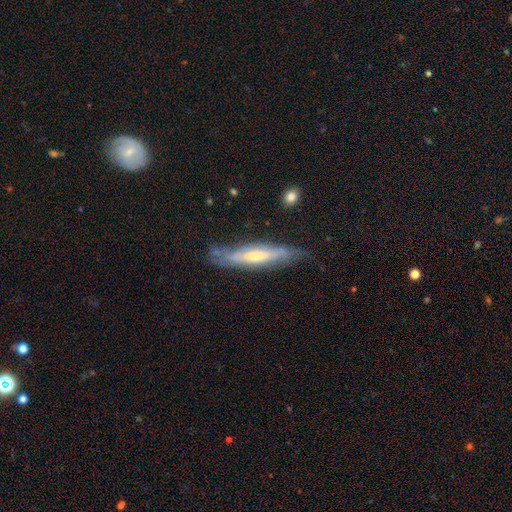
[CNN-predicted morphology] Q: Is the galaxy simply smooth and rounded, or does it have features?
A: featured or disk — 63%.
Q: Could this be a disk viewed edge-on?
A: yes — 70%.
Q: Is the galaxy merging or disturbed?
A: none — 69%.